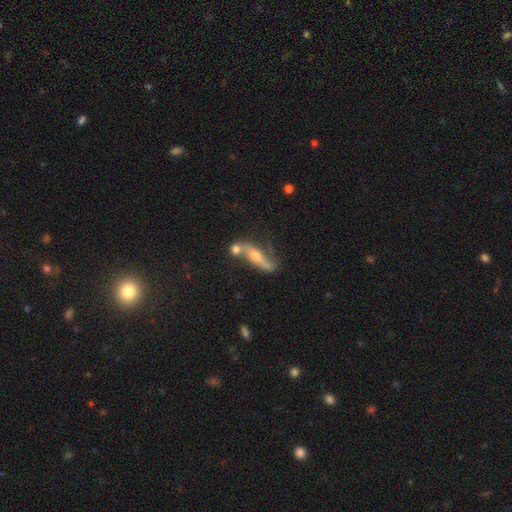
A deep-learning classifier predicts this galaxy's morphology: smooth-or-featured: featured or disk: 62% | smooth: 29% | star or artifact: 9%
  disk-edge-on: no: 52% | yes: 48%
  merging: none: 44% | merger: 27% | minor disturbance: 18% | major disturbance: 10%